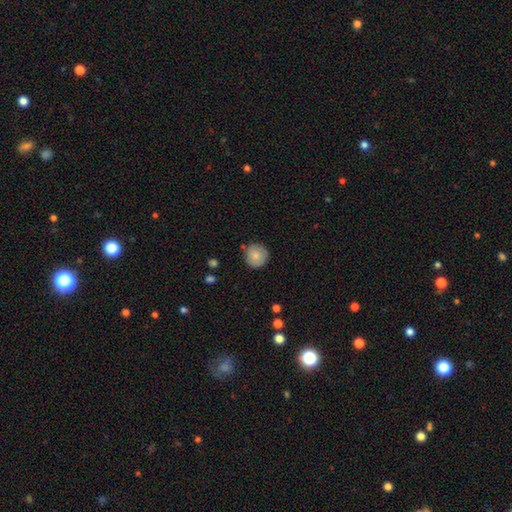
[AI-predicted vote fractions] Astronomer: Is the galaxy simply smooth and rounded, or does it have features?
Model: smooth — 81%.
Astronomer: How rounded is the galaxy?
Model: round — 93%.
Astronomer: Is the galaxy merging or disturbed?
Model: none — 82%.